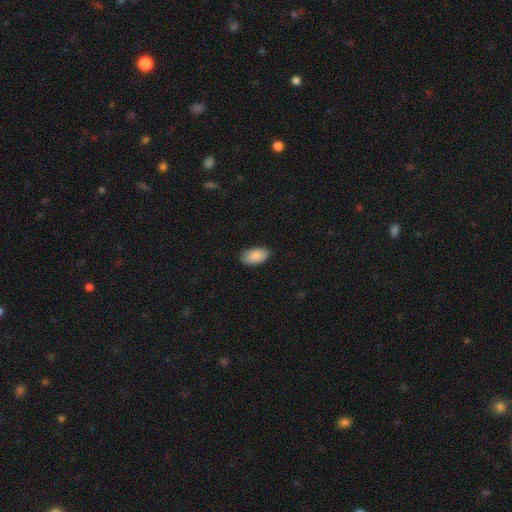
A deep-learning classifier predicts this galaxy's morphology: Smooth or featured?
  - smooth: 89% *
  - star or artifact: 6%
  - featured or disk: 5%
How rounded?
  - in between: 95% *
  - round: 4%
  - cigar-shaped: 2%
Merging?
  - none: 84% *
  - minor disturbance: 13%
  - major disturbance: 2%
  - merger: 1%